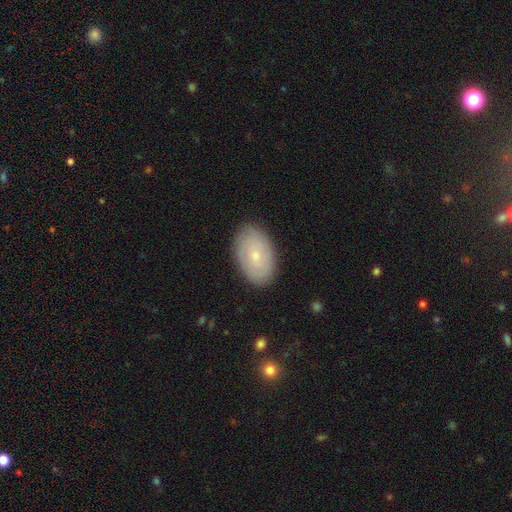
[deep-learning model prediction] This is possibly a smooth galaxy (56%). How rounded: clearly in between (91%). Merging: clearly none (85%).